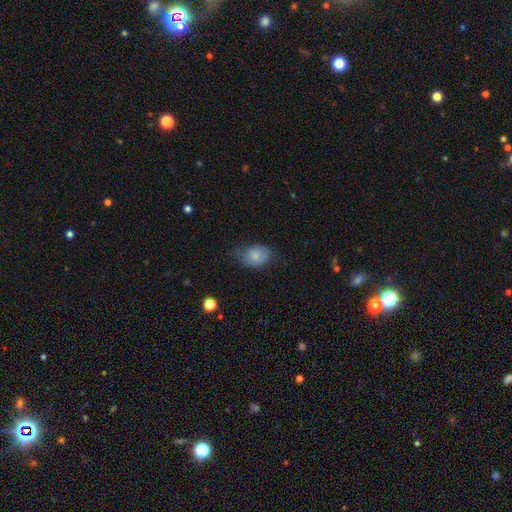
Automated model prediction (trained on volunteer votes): A smooth galaxy with no disk features (81%) that is in between round and cigar-shaped (62%).

Vote fractions:
- Smooth or featured? smooth: 81% / featured or disk: 10% / star or artifact: 8%
- How rounded? in between: 62% / round: 37% / cigar-shaped: 1%
- Merging? none: 55% / minor disturbance: 33% / major disturbance: 11% / merger: 1%